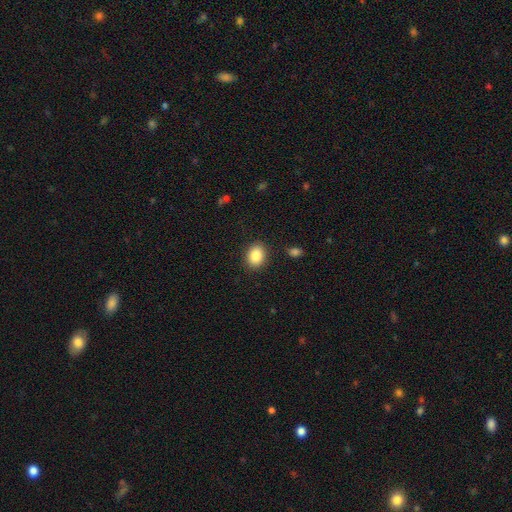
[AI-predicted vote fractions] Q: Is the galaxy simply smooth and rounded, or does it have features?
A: smooth — 87%.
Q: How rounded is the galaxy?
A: in between — 58%.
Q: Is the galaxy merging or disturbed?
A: none — 88%.